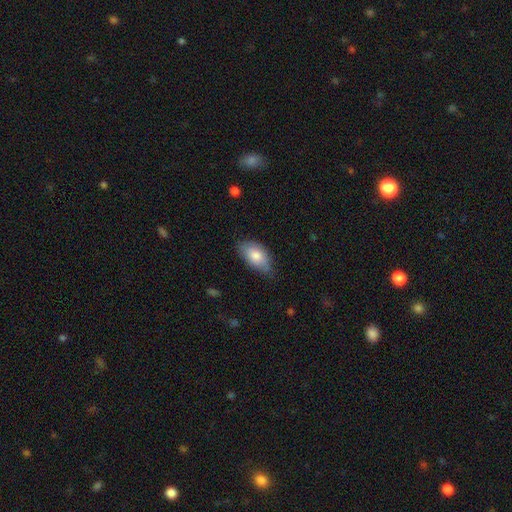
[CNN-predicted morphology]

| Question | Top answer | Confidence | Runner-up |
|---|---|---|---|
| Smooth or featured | smooth | 81% | featured or disk (13%) |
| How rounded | in between | 93% | round (5%) |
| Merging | none | 63% | minor disturbance (31%) |